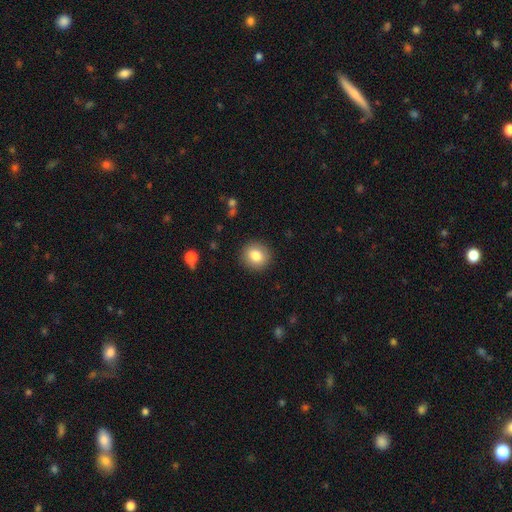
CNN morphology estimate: A smooth galaxy with no disk features (83%) that is round (88%).

Vote fractions:
- Smooth or featured? smooth: 83% / star or artifact: 9% / featured or disk: 9%
- How rounded? round: 88% / in between: 11% / cigar-shaped: 1%
- Merging? none: 90% / minor disturbance: 6% / major disturbance: 2% / merger: 1%